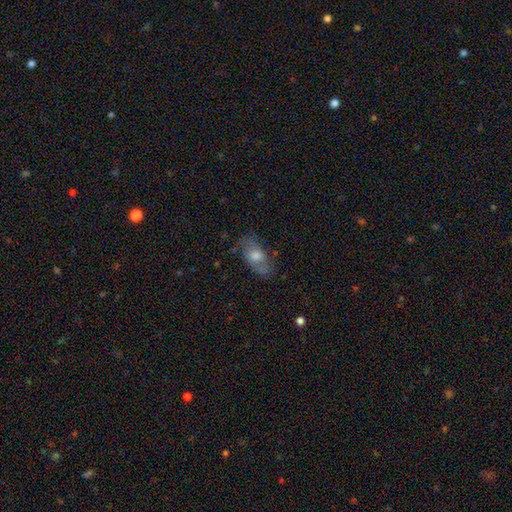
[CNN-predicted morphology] Smooth or featured? featured or disk (51%)
Edge-on disk? no (85%)
Merging? none (72%)